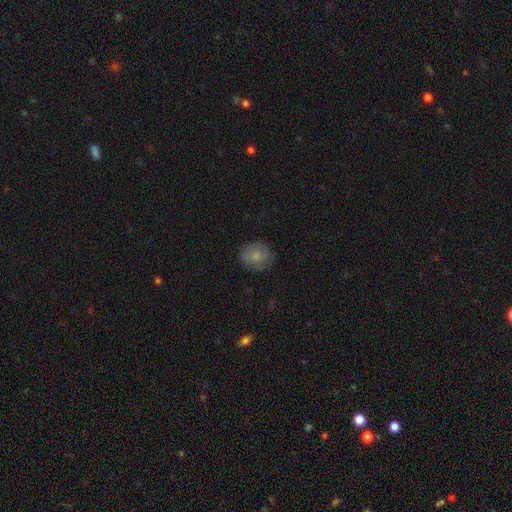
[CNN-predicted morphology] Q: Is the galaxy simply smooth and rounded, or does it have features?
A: smooth — 73%.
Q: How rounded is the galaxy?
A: round — 77%.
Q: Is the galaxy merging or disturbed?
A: none — 81%.